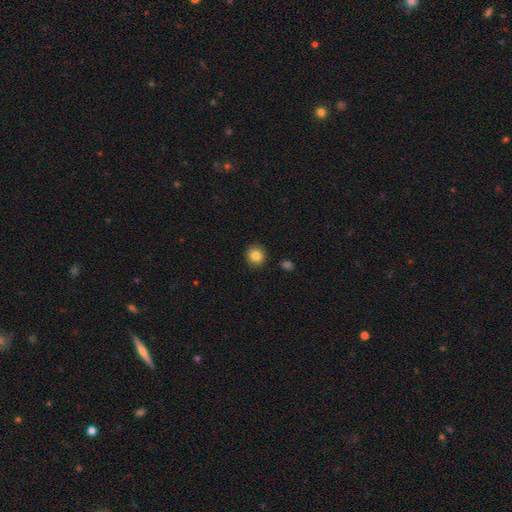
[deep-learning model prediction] Morphology: type=smooth (84%); roundness=round (86%); merging=none (90%).